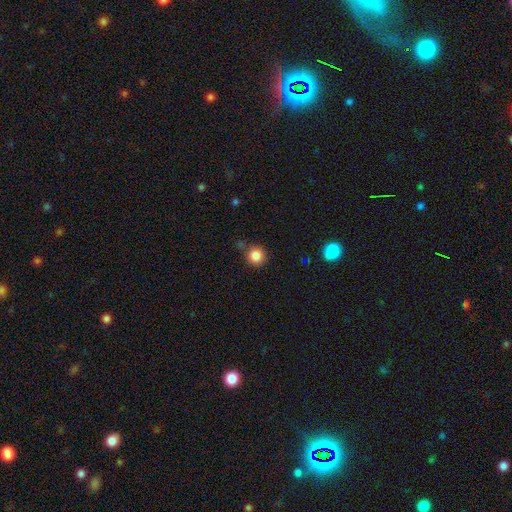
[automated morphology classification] This is clearly a smooth galaxy (85%). How rounded: clearly round (94%). Merging: clearly none (81%).